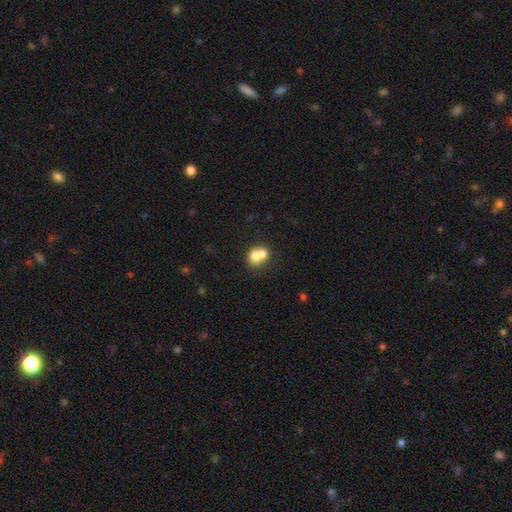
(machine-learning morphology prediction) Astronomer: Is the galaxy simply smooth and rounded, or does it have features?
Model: smooth — 70%.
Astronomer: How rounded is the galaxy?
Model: round — 65%.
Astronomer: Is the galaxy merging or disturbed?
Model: merger — 67%.